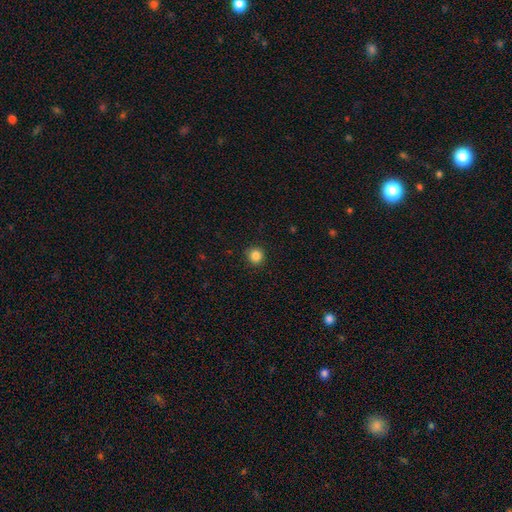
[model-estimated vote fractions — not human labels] Smooth or featured? smooth (85%)
How rounded? round (94%)
Merging? none (92%)